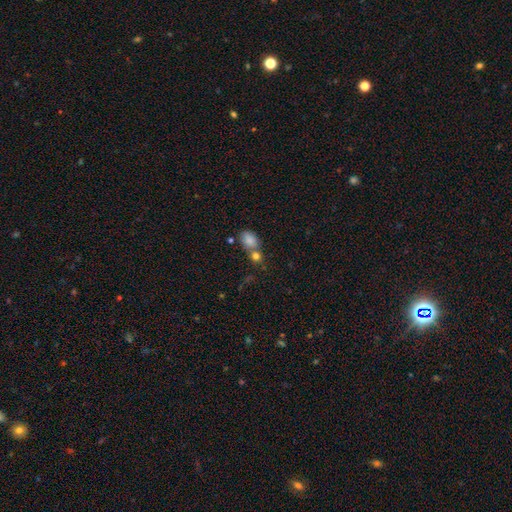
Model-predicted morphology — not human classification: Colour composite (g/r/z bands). It shows a smooth galaxy with no disk features (75%) that is in between round and cigar-shaped (61%). Merging: none (50%).